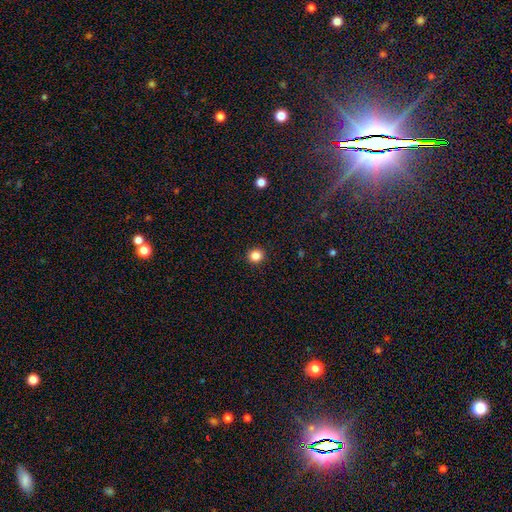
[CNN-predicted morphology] The model was most divided on "smooth or featured": smooth: 85%, star or artifact: 12%, featured or disk: 3%. More confident: merging — none (93%); how rounded — round (91%).